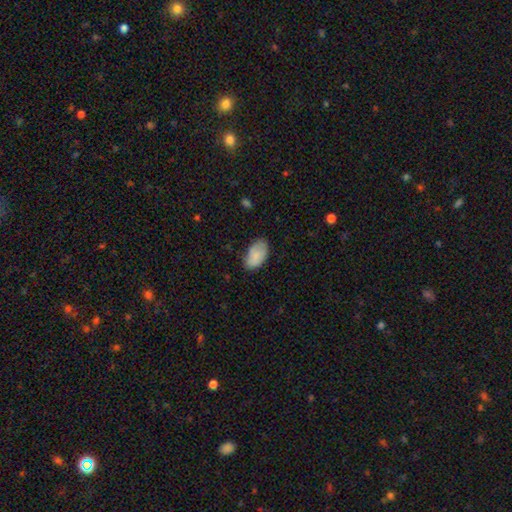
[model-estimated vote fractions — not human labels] The model was most divided on "merging": none: 71%, minor disturbance: 24%, major disturbance: 4%, merger: 1%. More confident: how rounded — in between (94%); smooth or featured — smooth (83%).